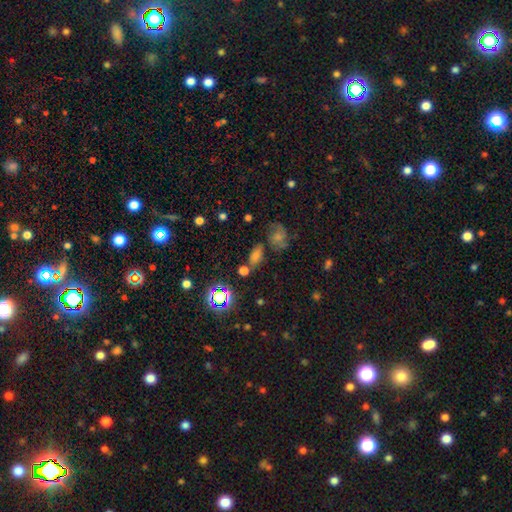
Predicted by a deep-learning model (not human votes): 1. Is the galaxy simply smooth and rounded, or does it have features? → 45% smooth, 39% star or artifact, 17% featured or disk.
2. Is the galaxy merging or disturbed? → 61% none, 16% merger, 16% minor disturbance, 8% major disturbance.